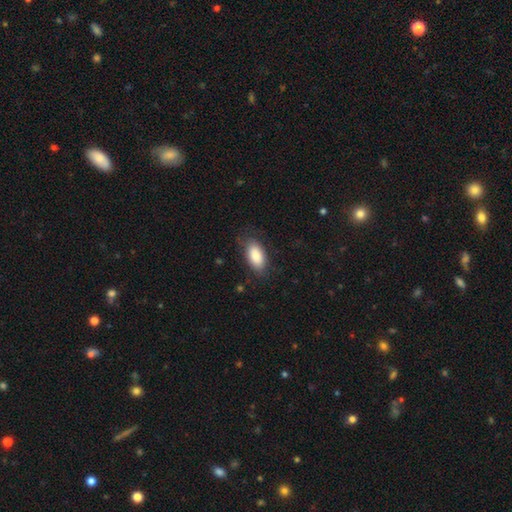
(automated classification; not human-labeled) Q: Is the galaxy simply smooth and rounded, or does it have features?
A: smooth — 84%.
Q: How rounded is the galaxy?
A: in between — 93%.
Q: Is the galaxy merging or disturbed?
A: none — 71%.